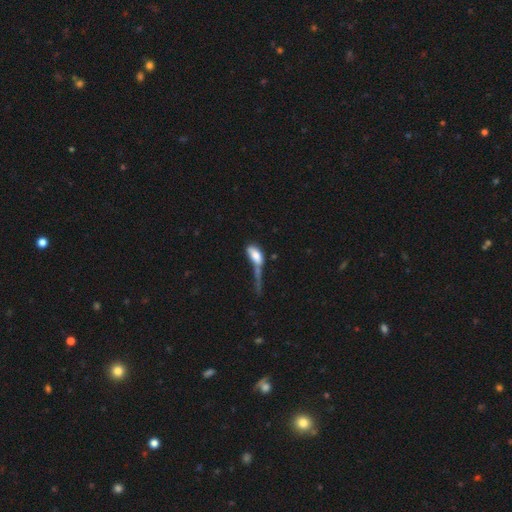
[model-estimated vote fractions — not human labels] This is likely a smooth galaxy (69%). How rounded: clearly in between (82%). Merging: marginally major disturbance (40%).